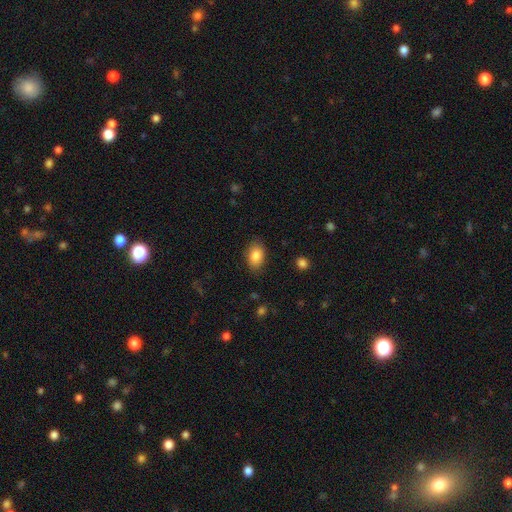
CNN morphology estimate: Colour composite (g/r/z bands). It shows a smooth galaxy with no disk features (85%) that is in between round and cigar-shaped (86%). Merging: none (85%).